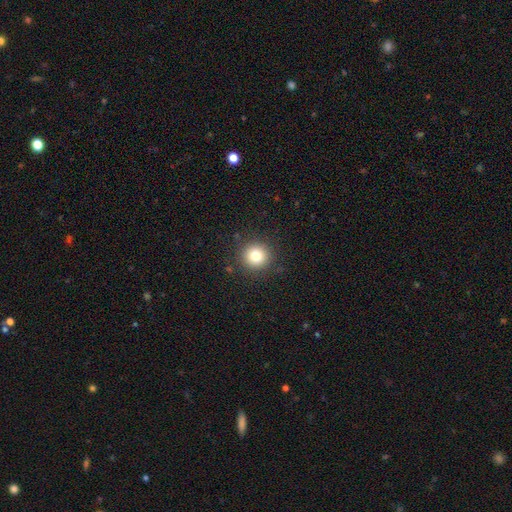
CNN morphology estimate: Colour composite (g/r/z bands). It shows a smooth galaxy with no disk features (78%) that is round (94%). Merging: none (90%).